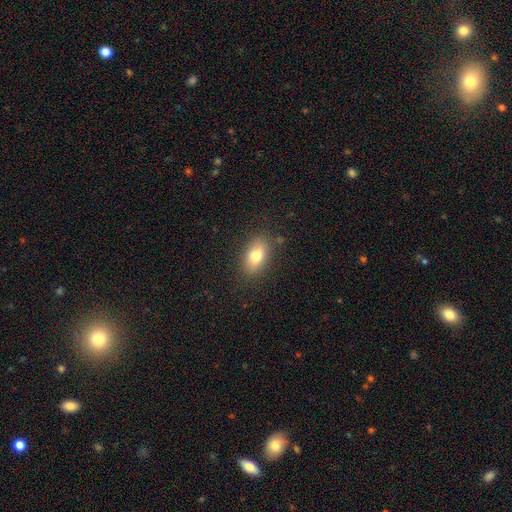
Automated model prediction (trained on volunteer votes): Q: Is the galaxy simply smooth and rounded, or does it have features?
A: smooth — 75%.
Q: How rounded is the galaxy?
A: in between — 86%.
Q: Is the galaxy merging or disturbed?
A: none — 84%.